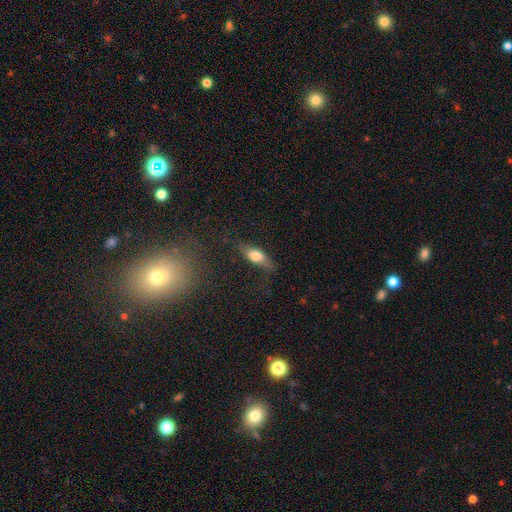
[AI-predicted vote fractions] Morphology: type=smooth (62%); roundness=in between (66%); merging=none (63%).